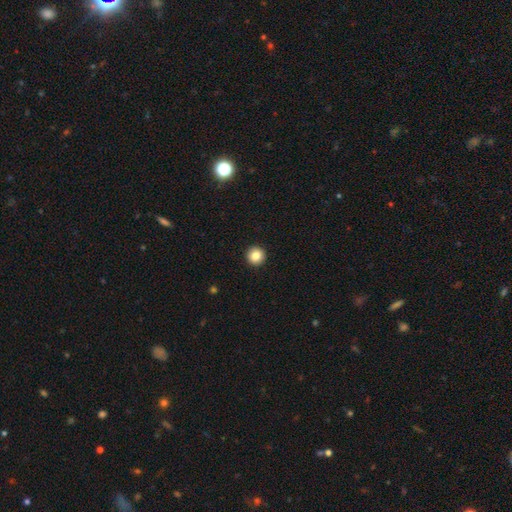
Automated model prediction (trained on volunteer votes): Smooth or featured?
  - smooth: 84% *
  - star or artifact: 9%
  - featured or disk: 6%
How rounded?
  - round: 96% *
  - in between: 3%
  - cigar-shaped: 1%
Merging?
  - none: 94% *
  - minor disturbance: 4%
  - major disturbance: 1%
  - merger: 1%